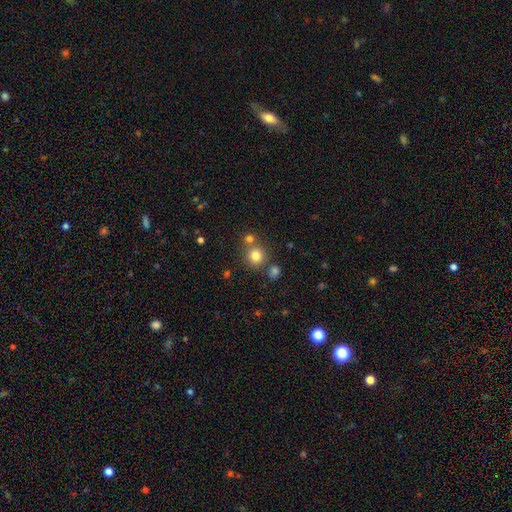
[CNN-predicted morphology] type=smooth (79%); roundness=round (90%); merging=none (70%).